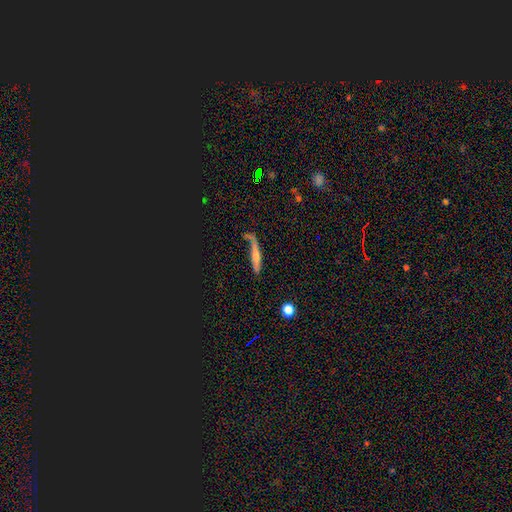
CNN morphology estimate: smooth_or_featured: featured or disk (p=0.44) [alt: smooth p=0.35]
merging: none (p=0.51) [alt: minor disturbance p=0.25]